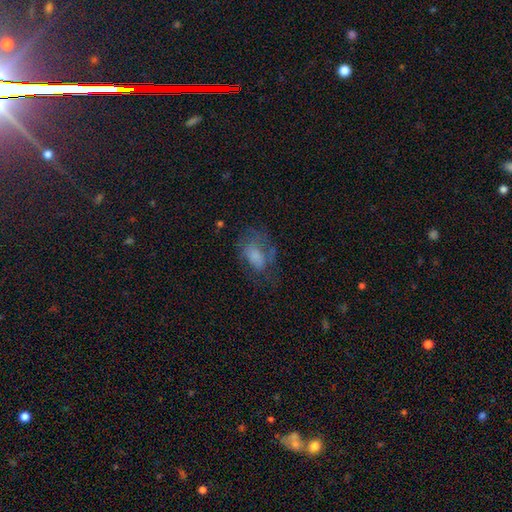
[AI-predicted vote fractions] A smooth galaxy with no disk features (56%) that is in between round and cigar-shaped (80%).

Vote fractions:
- Smooth or featured? smooth: 56% / featured or disk: 33% / star or artifact: 11%
- How rounded? in between: 80% / round: 18% / cigar-shaped: 2%
- Merging? none: 40% / major disturbance: 34% / minor disturbance: 24% / merger: 3%